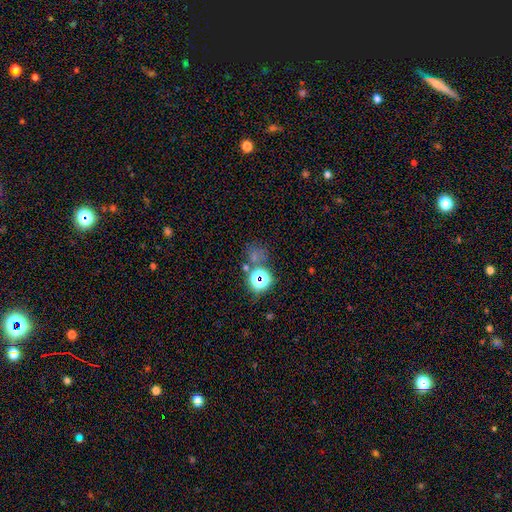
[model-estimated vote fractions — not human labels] This appears to be a star or artifact, not a galaxy (46%).